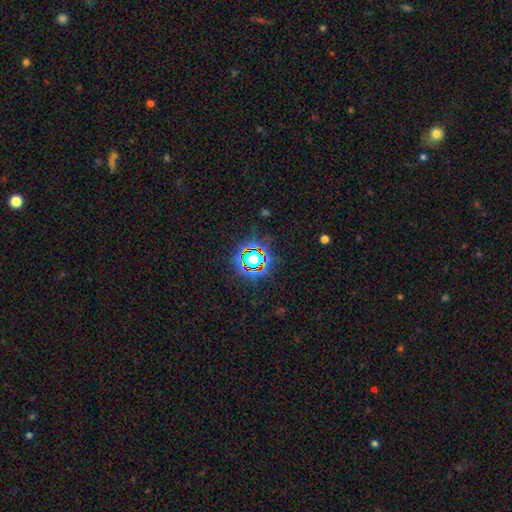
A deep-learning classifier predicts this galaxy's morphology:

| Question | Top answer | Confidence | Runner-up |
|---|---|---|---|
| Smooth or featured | star or artifact | 76% | smooth (15%) |